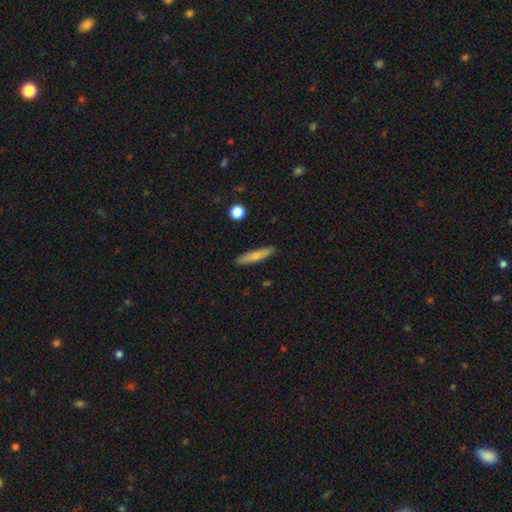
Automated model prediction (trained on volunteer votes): A smooth galaxy with no disk features (72%) that is cigar-shaped (88%).

Vote fractions:
- Smooth or featured? smooth: 72% / featured or disk: 21% / star or artifact: 7%
- How rounded? cigar-shaped: 88% / in between: 10% / round: 2%
- Merging? none: 90% / minor disturbance: 7% / major disturbance: 2% / merger: 1%